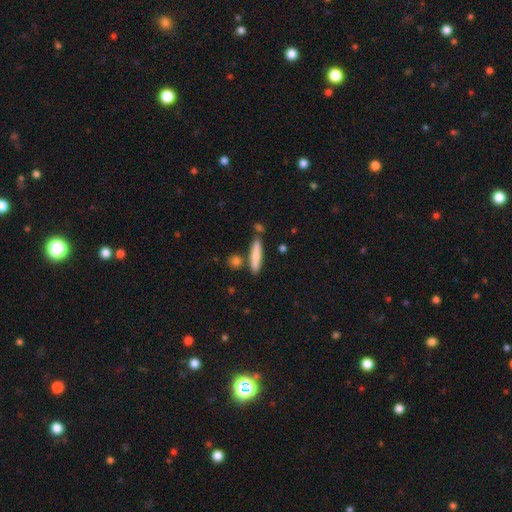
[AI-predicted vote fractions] smooth-or-featured: smooth: 78% | featured or disk: 16% | star or artifact: 6%
  how-rounded: cigar-shaped: 87% | in between: 11% | round: 2%
  merging: none: 80% | minor disturbance: 11% | merger: 7% | major disturbance: 2%